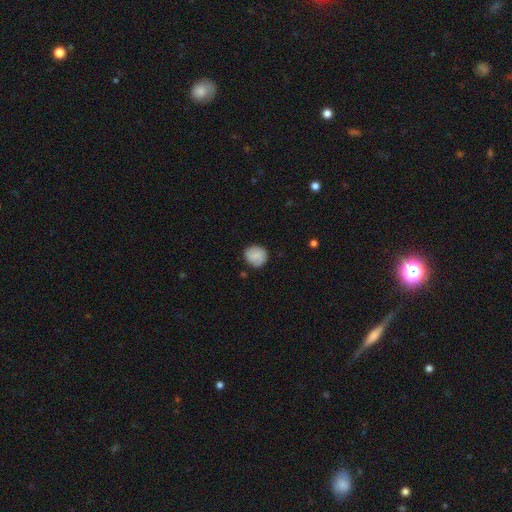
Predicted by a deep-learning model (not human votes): Overall: smooth (73%). How rounded: round (86%). Merging: none (80%).